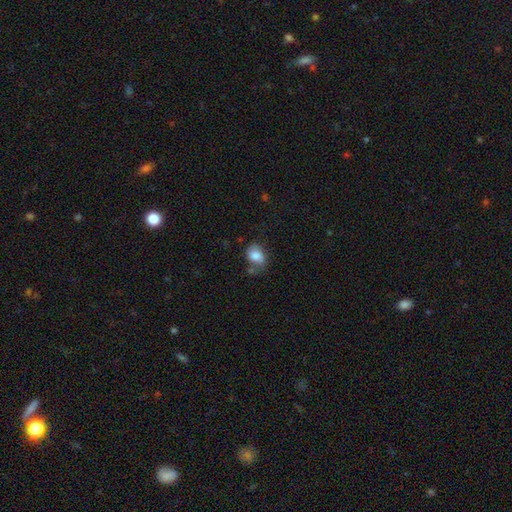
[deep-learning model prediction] This is likely a smooth galaxy (78%). How rounded: likely in between (68%). Merging: possibly none (51%).